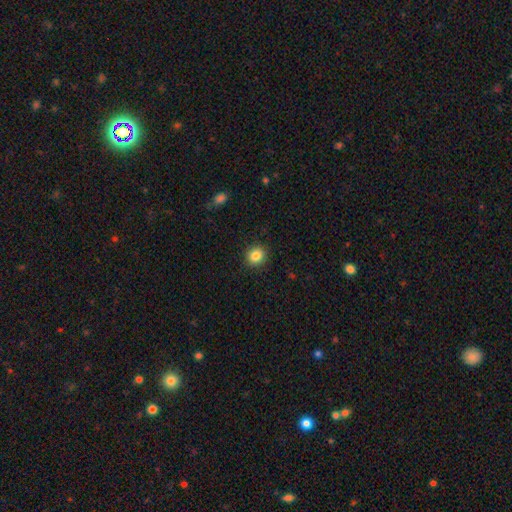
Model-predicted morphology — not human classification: Smooth or featured: smooth — 85% (star or artifact — 10%)
How rounded: round — 84% (in between — 15%)
Merging: none — 90% (minor disturbance — 6%)